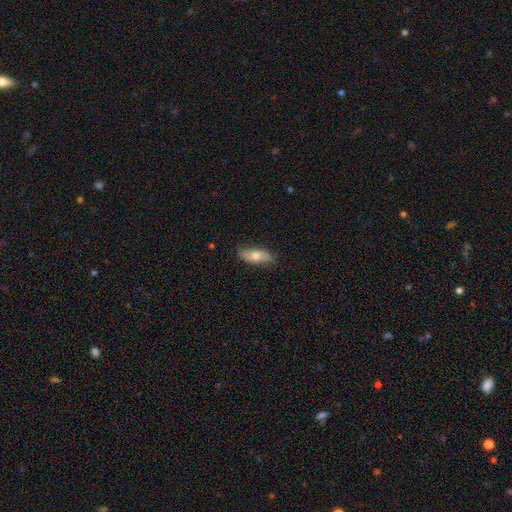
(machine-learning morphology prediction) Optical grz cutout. It shows a smooth galaxy with no disk features (66%) that is in between round and cigar-shaped (77%). Merging: none (82%).